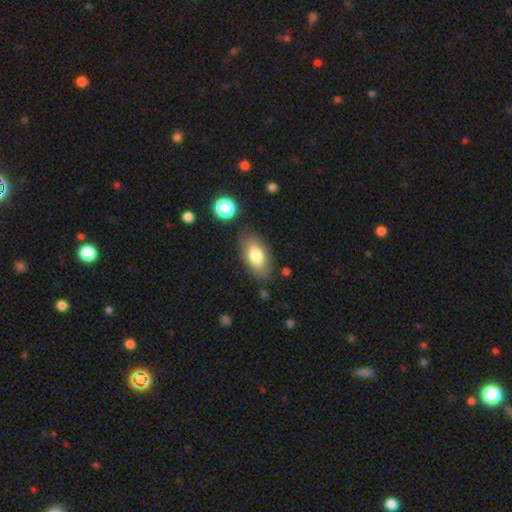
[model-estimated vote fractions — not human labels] smooth_or_featured: smooth (p=0.78) [alt: featured or disk p=0.15]
how_rounded: in between (p=0.90) [alt: round p=0.06]
merging: none (p=0.80) [alt: minor disturbance p=0.13]